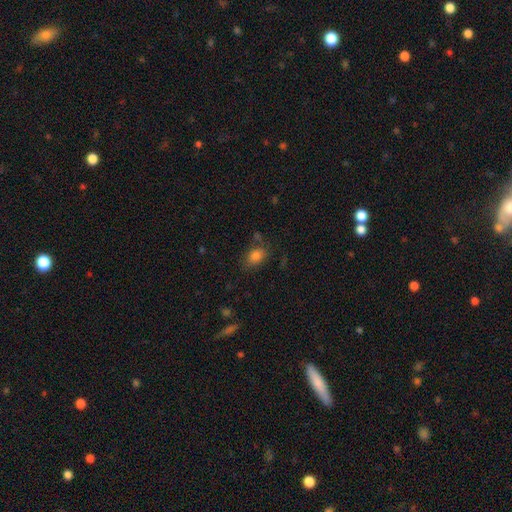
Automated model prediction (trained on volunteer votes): A smooth galaxy with no disk features (82%) that is in between round and cigar-shaped (77%).

Vote fractions:
- Smooth or featured? smooth: 82% / star or artifact: 10% / featured or disk: 8%
- How rounded? in between: 77% / round: 22% / cigar-shaped: 2%
- Merging? none: 71% / minor disturbance: 17% / merger: 6% / major disturbance: 6%